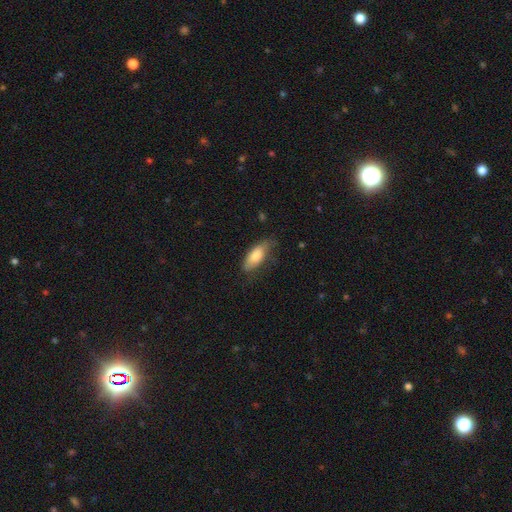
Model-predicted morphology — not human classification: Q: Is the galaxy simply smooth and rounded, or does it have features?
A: smooth — 78%.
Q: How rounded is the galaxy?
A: in between — 75%.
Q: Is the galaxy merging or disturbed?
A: none — 61%.